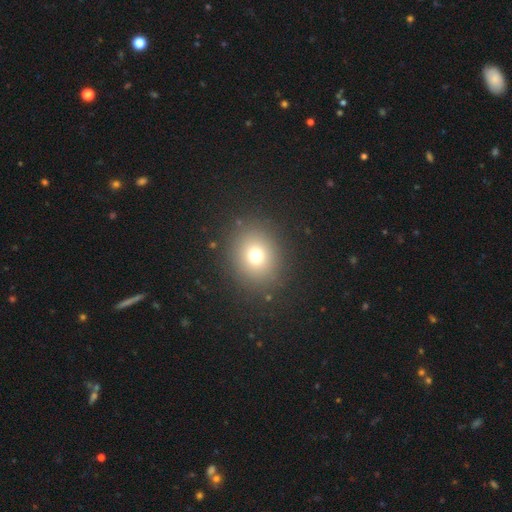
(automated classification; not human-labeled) Smooth or featured? smooth (71%)
How rounded? round (75%)
Merging? none (88%)